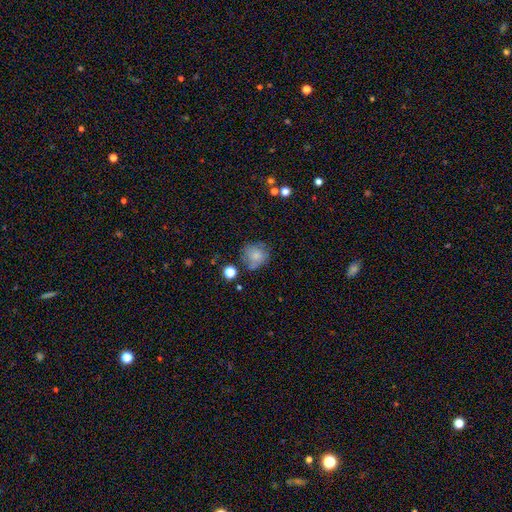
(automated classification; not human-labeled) Overall: smooth (69%). How rounded: round (83%). Merging: none (57%; minor disturbance 25%).